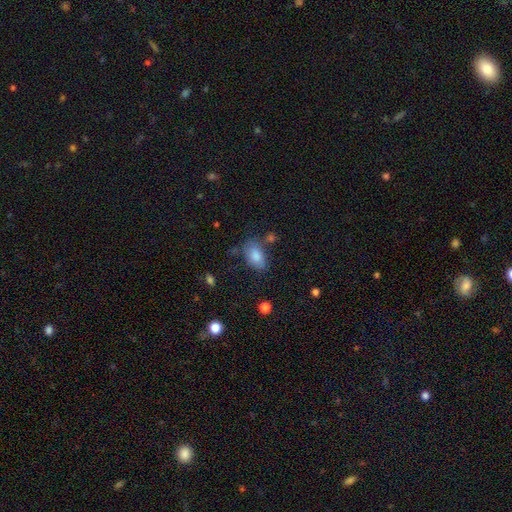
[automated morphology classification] Smooth or featured? Predicted: smooth (p=0.82). How rounded? Predicted: in between (p=0.89). Merging? Predicted: none (p=0.67).